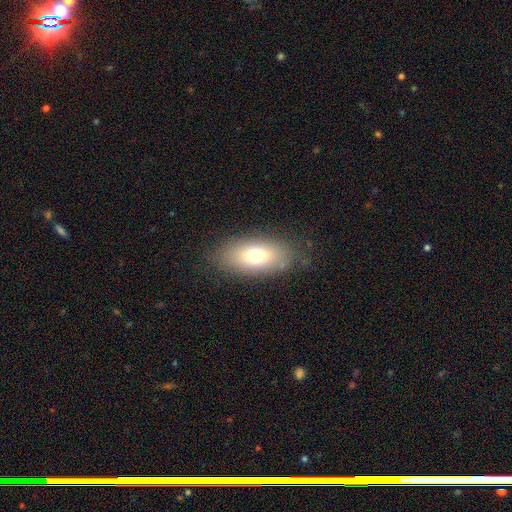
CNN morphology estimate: Smooth or featured?
  - smooth: 73% *
  - featured or disk: 17%
  - star or artifact: 10%
How rounded?
  - in between: 89% *
  - cigar-shaped: 6%
  - round: 6%
Merging?
  - none: 81% *
  - minor disturbance: 12%
  - major disturbance: 5%
  - merger: 1%